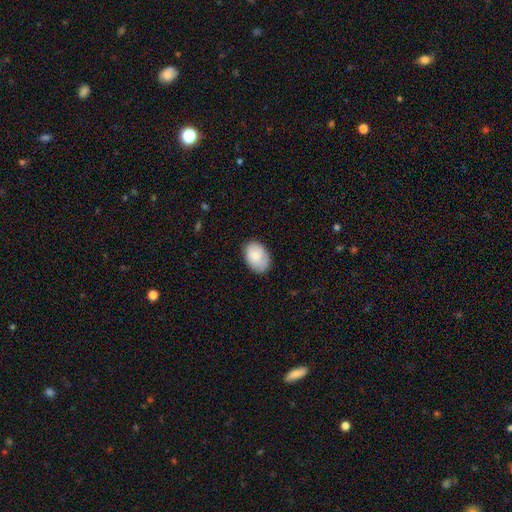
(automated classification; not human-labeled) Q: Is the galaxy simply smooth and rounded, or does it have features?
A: smooth — 85%.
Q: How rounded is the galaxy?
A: in between — 86%.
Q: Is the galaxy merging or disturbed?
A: none — 81%.